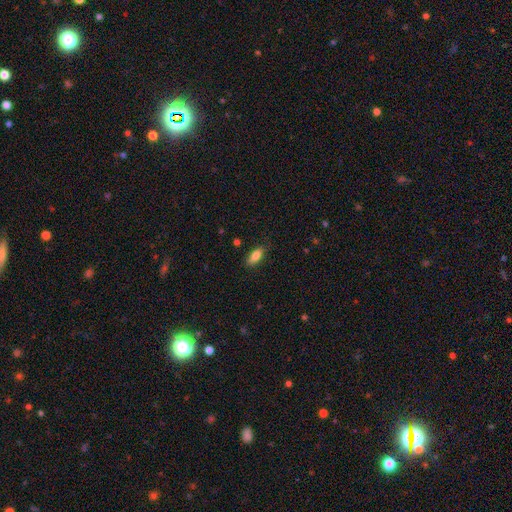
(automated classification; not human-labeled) This appears to be a smooth galaxy with no disk features (82%) that is in between round and cigar-shaped (80%). Merging: none (81%).